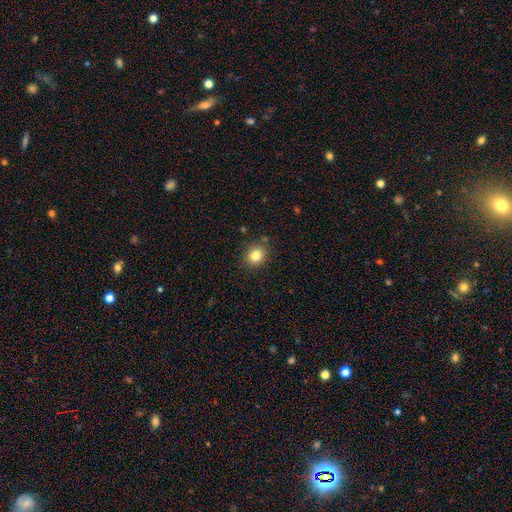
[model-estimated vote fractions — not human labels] smooth_or_featured: smooth (p=0.82) [alt: star or artifact p=0.11]
how_rounded: round (p=0.74) [alt: in between p=0.25]
merging: none (p=0.86) [alt: minor disturbance p=0.09]